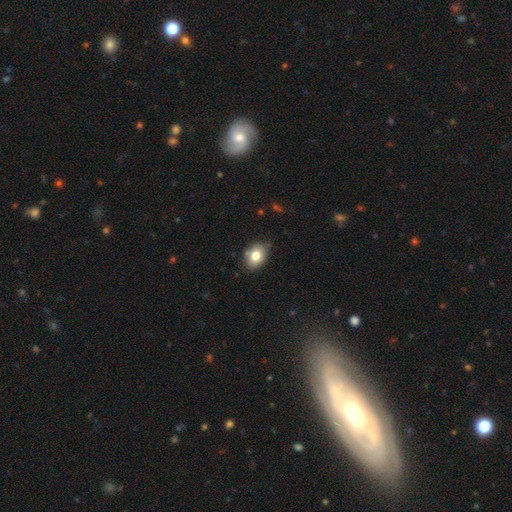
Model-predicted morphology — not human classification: smooth-or-featured: smooth: 81% | featured or disk: 11% | star or artifact: 9%
  how-rounded: in between: 70% | round: 29% | cigar-shaped: 1%
  merging: none: 79% | minor disturbance: 16% | major disturbance: 3% | merger: 2%